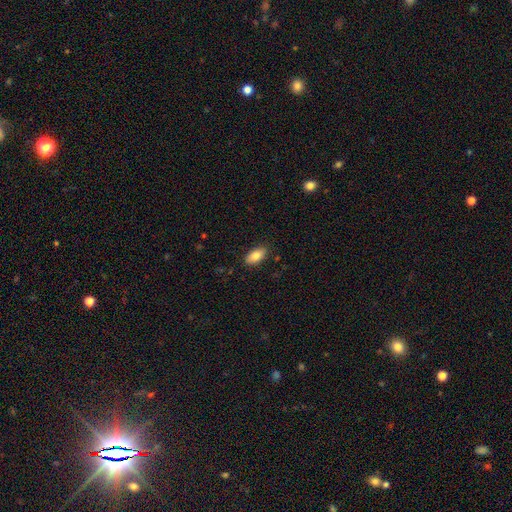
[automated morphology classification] A smooth galaxy with no disk features (81%) that is in between round and cigar-shaped (91%). Merging: none (87%).